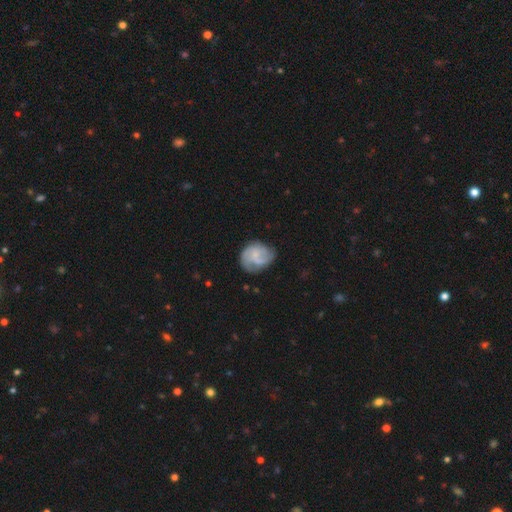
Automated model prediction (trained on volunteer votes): Overall: featured or disk (66%; smooth 28%). Edge-on disk: no (98%). Bar: no (65%; weak 30%). Spiral arms: yes (88%). Spiral arm count: 2 (32%; 3 30%). Spiral winding: medium (44%; tight 37%). Bulge size: small (51%; none 27%). Merging: none (61%; minor disturbance 25%).